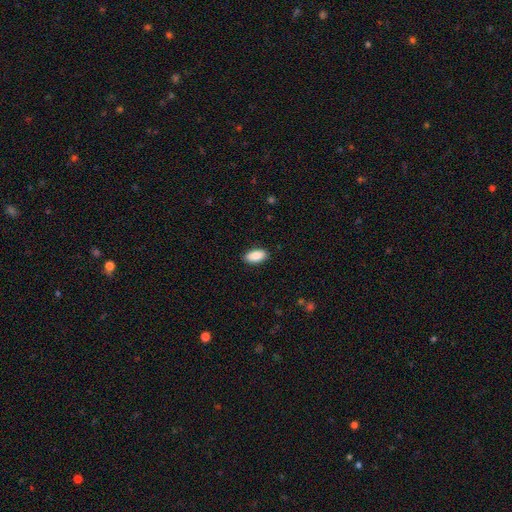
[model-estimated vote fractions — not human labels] A smooth galaxy with no disk features (89%) that is in between round and cigar-shaped (93%). Merging: none (90%).